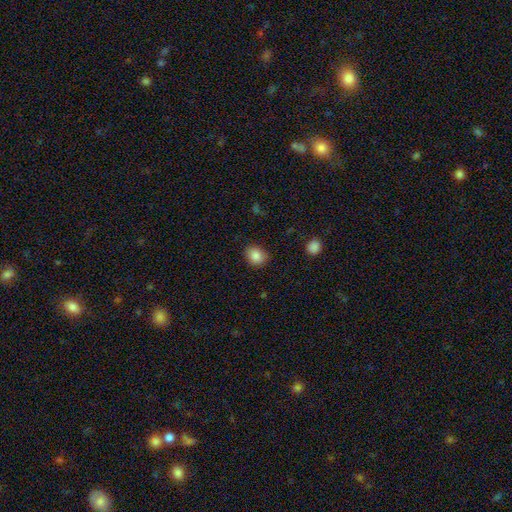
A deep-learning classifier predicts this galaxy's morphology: Overall: smooth (85%). How rounded: round (59%; in between 40%). Merging: none (86%).